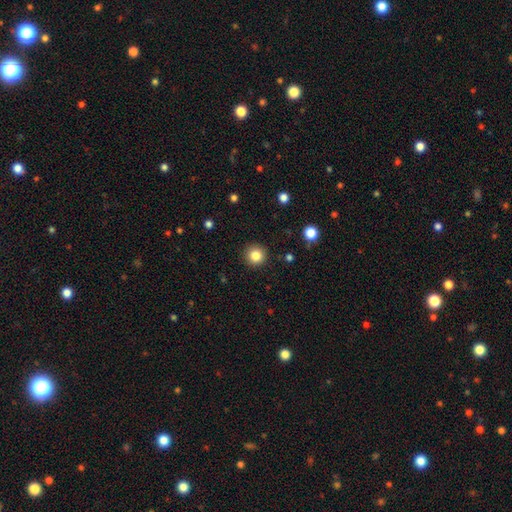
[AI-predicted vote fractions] Smooth or featured: smooth — 84% (star or artifact — 11%)
How rounded: round — 95% (in between — 4%)
Merging: none — 91% (minor disturbance — 6%)